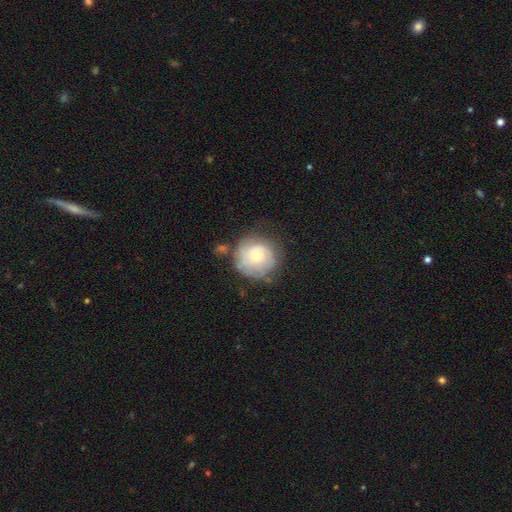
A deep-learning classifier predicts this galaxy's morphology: Smooth or featured? Predicted: featured or disk (p=0.48). Merging? Predicted: none (p=0.66).